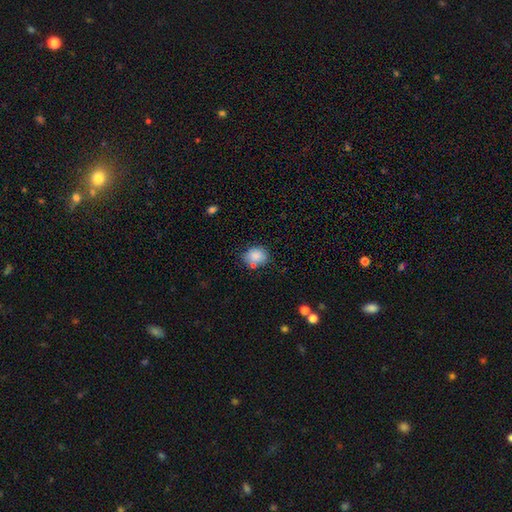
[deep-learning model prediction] Smooth or featured: smooth — 85% (star or artifact — 9%)
How rounded: round — 59% (in between — 40%)
Merging: none — 69% (minor disturbance — 17%)